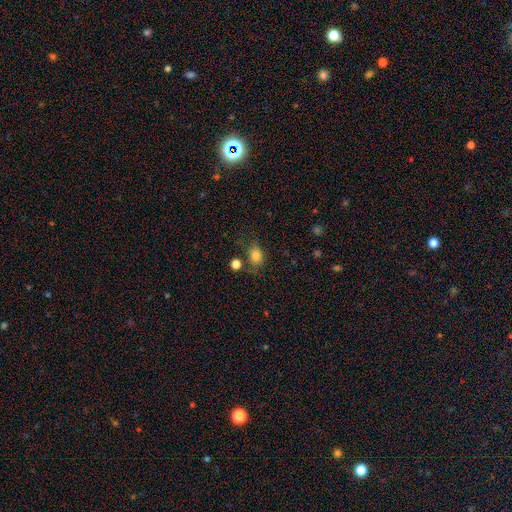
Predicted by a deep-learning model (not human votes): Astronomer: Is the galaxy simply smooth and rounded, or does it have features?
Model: smooth — 80%.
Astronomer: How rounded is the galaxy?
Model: in between — 57% (runner-up: round, 41%).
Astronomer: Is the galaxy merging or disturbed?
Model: none — 62%.